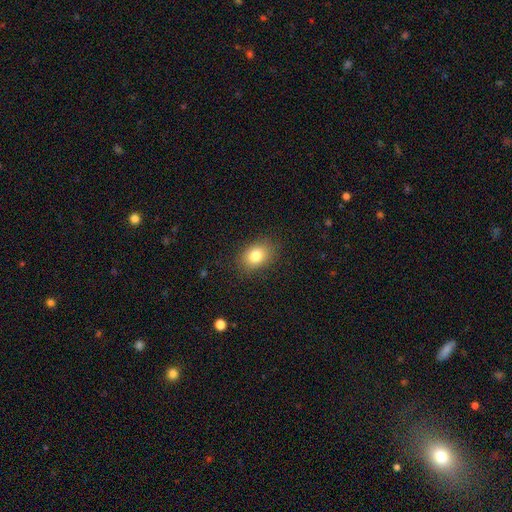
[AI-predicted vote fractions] Smooth or featured? smooth (82%)
How rounded? in between (72%)
Merging? none (85%)